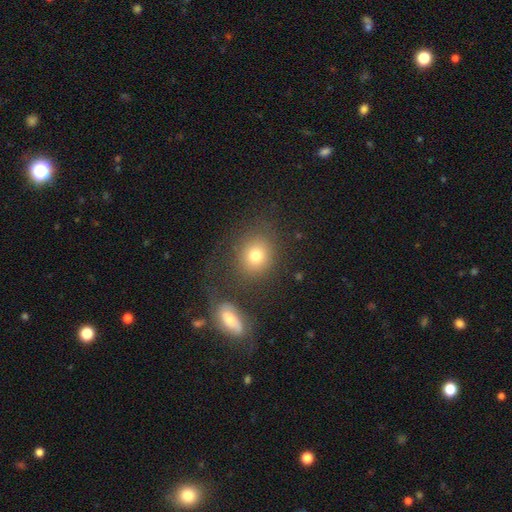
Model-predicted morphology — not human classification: smooth_or_featured: smooth (p=0.76) [alt: star or artifact p=0.12]
how_rounded: round (p=0.72) [alt: in between p=0.27]
merging: none (p=0.69) [alt: merger p=0.13]